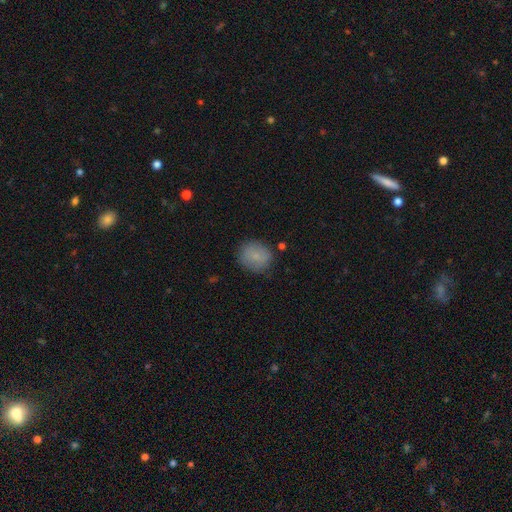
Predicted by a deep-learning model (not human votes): smooth_or_featured: smooth (p=0.81) [alt: featured or disk p=0.10]
how_rounded: round (p=0.73) [alt: in between p=0.26]
merging: none (p=0.81) [alt: minor disturbance p=0.14]